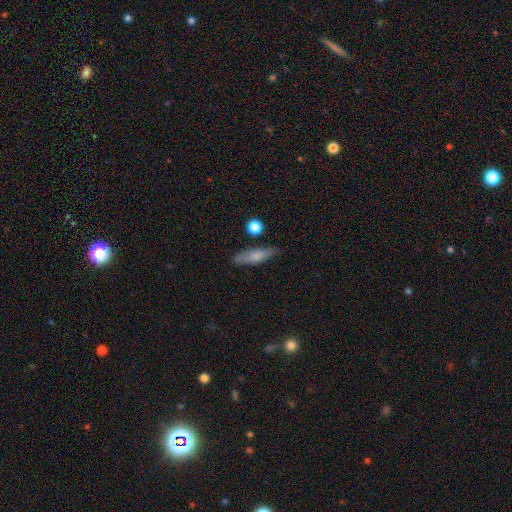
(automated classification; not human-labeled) This is likely a smooth galaxy (72%). How rounded: likely cigar-shaped (68%). Merging: likely none (80%).